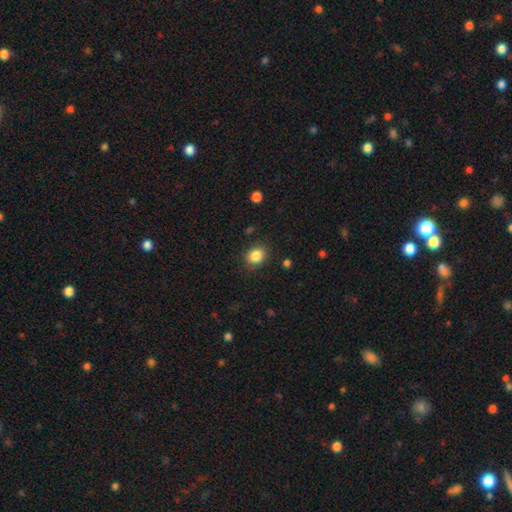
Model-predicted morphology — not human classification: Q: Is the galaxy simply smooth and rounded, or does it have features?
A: smooth — 85%.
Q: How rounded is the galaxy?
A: round — 59%.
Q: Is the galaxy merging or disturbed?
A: none — 86%.